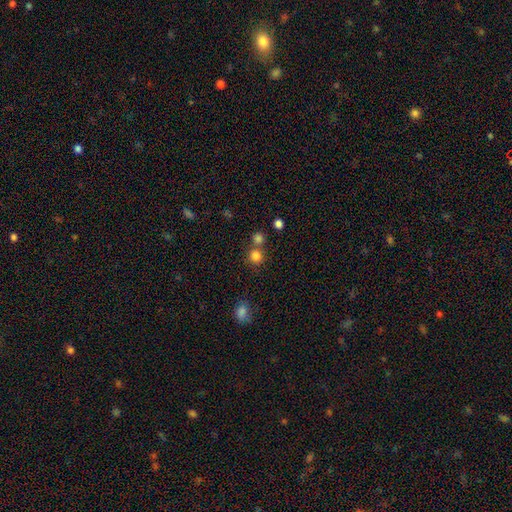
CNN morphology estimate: Q: Smooth or featured?
A: smooth (80%); runner-up: star or artifact (15%)
Q: How rounded?
A: round (90%); runner-up: in between (9%)
Q: Merging?
A: none (65%); runner-up: merger (25%)